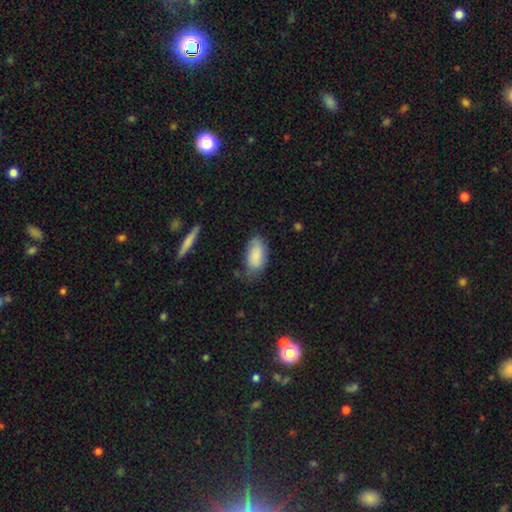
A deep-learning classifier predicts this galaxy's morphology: Smooth or featured? smooth (81%)
How rounded? in between (93%)
Merging? none (60%)